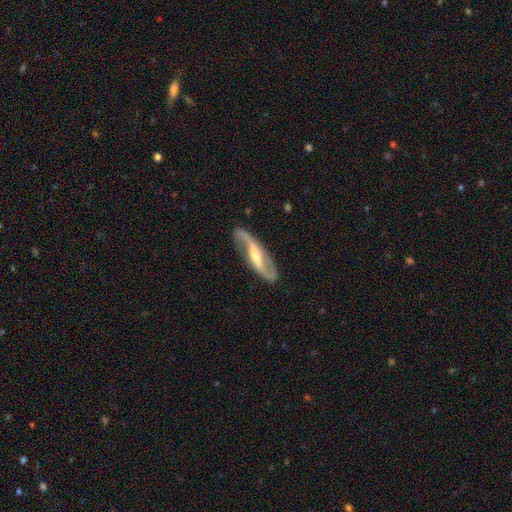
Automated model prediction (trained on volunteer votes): Morphology: type=featured or disk (88%); edge-on=no (87%); bar=strong (44%); spiral arms=yes (96%); winding=loose (56%); arm count=2 (92%); bulge=moderate (54%); merging=none (82%).